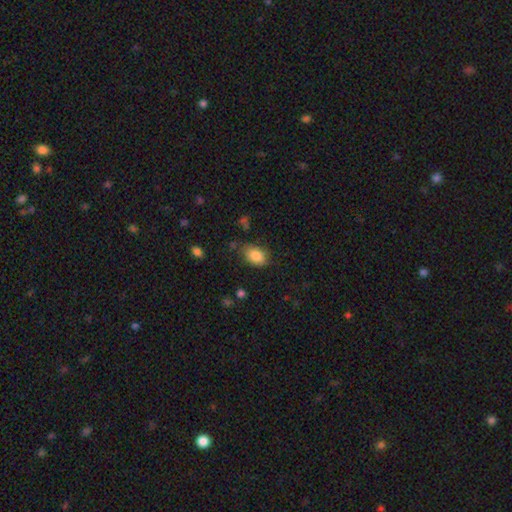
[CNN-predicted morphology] Smooth or featured: smooth — 85% (star or artifact — 8%)
How rounded: in between — 83% (round — 16%)
Merging: none — 71% (minor disturbance — 21%)